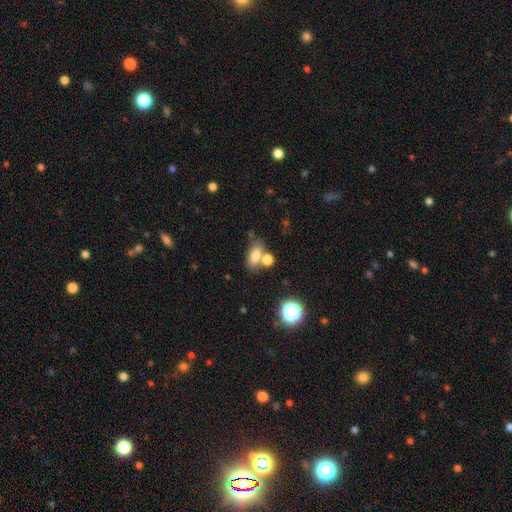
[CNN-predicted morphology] smooth 76%, featured or disk 12%, star or artifact 12%. Down the decision tree: how rounded — in between (80%); merging — none (55%).